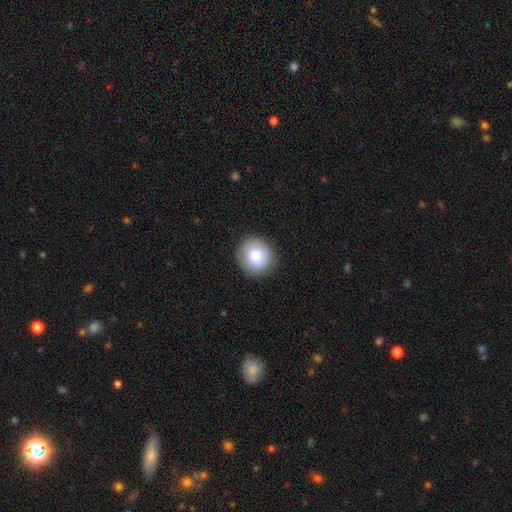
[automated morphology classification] This appears to be a smooth galaxy with no disk features (82%) that is round (87%). Merging: none (88%).